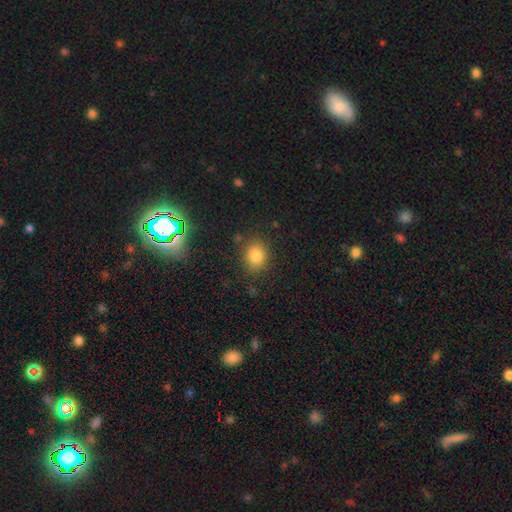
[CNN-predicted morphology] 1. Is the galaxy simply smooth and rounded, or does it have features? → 82% smooth, 12% star or artifact, 6% featured or disk.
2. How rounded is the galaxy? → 57% round, 42% in between, 1% cigar-shaped.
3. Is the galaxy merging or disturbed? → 80% none, 12% minor disturbance, 4% major disturbance, 3% merger.